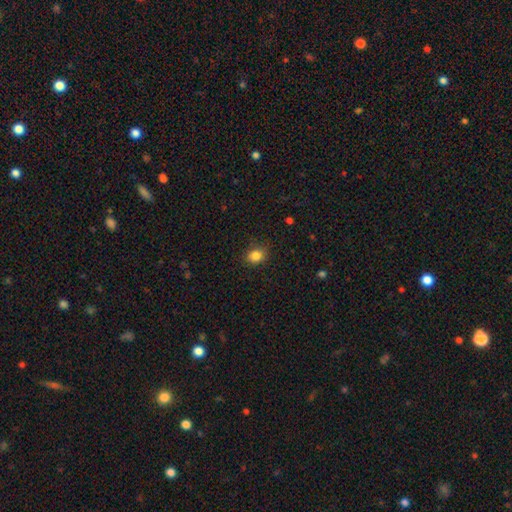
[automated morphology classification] The model was most divided on "how rounded": round: 58%, in between: 41%, cigar-shaped: 1%. More confident: merging — none (85%); smooth or featured — smooth (85%).